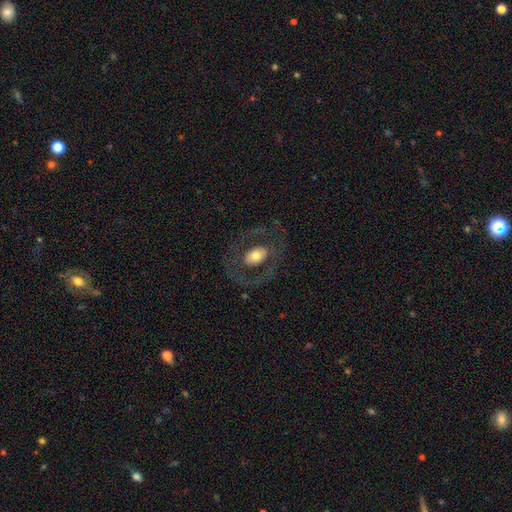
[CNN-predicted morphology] Overall: featured or disk (48%; smooth 45%). Merging: none (74%).